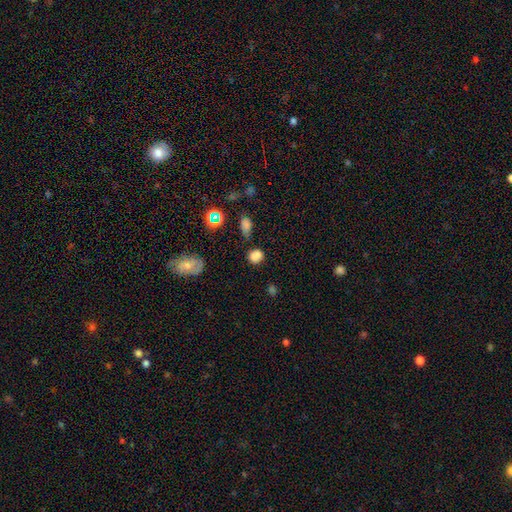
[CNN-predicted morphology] Overall: smooth (77%). How rounded: round (71%). Merging: none (69%).